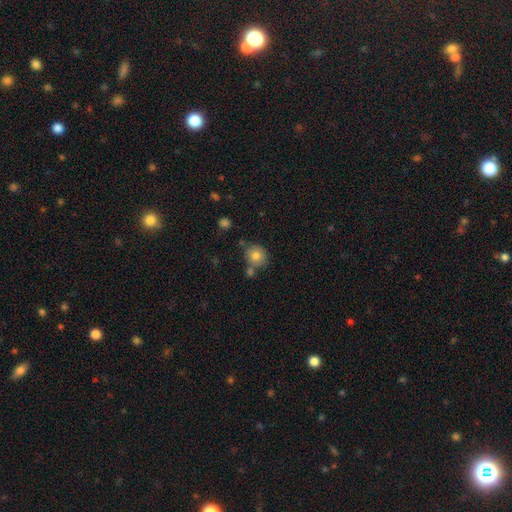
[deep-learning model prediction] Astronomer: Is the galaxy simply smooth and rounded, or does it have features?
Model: smooth — 79%.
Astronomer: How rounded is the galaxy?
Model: round — 83%.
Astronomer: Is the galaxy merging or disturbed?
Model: none — 67%.